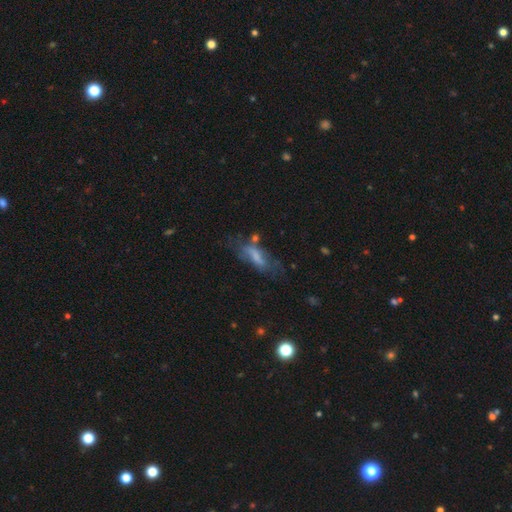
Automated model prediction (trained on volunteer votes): The model was most divided on "smooth or featured": smooth: 50%, featured or disk: 39%, star or artifact: 11%. Remaining: how rounded — in between (58%); merging — none (42%).